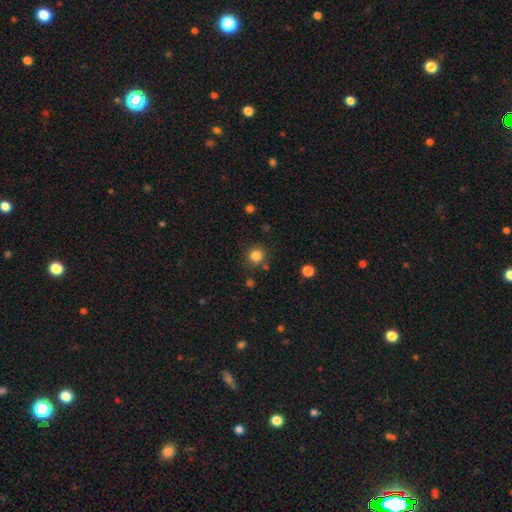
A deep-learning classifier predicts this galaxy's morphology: A smooth galaxy with no disk features (83%) that is round (91%).

Vote fractions:
- Smooth or featured? smooth: 83% / star or artifact: 12% / featured or disk: 5%
- How rounded? round: 91% / in between: 8% / cigar-shaped: 1%
- Merging? none: 83% / minor disturbance: 9% / merger: 4% / major disturbance: 3%